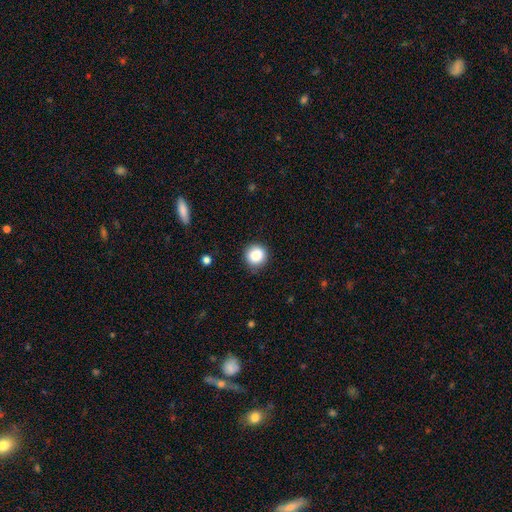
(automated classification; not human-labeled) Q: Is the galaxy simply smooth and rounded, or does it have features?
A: smooth — 86%.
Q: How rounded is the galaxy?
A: round — 93%.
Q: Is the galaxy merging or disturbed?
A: none — 87%.